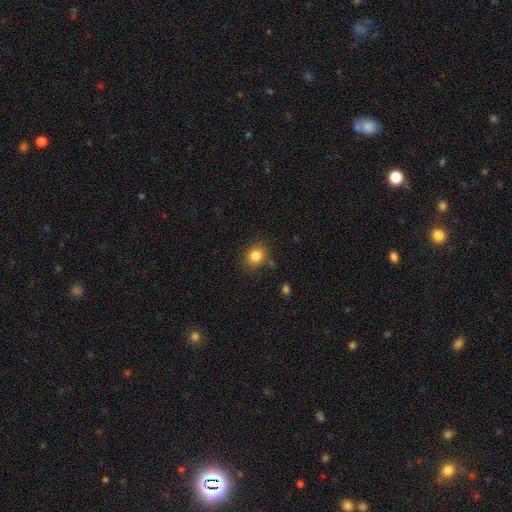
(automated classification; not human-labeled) Smooth or featured: smooth — 84% (star or artifact — 10%)
How rounded: round — 67% (in between — 32%)
Merging: none — 82% (minor disturbance — 11%)